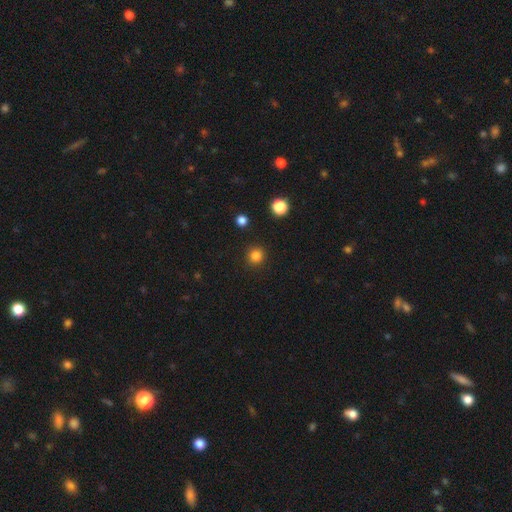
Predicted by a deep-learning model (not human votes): A smooth galaxy with no disk features (83%) that is round (94%). Merging: none (91%).